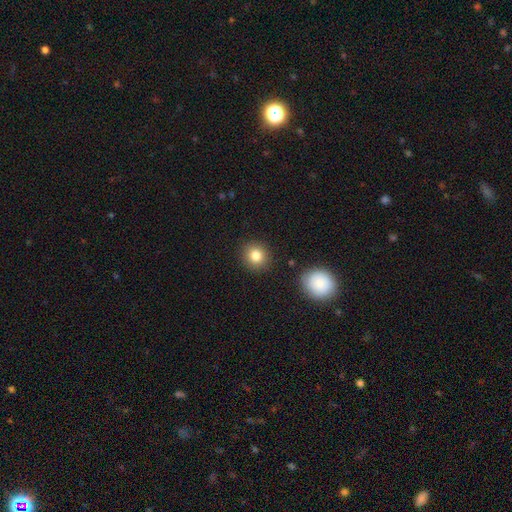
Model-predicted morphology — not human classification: A smooth galaxy with no disk features (83%) that is round (88%).

Vote fractions:
- Smooth or featured? smooth: 83% / star or artifact: 10% / featured or disk: 7%
- How rounded? round: 88% / in between: 11% / cigar-shaped: 1%
- Merging? none: 88% / minor disturbance: 7% / merger: 2% / major disturbance: 2%